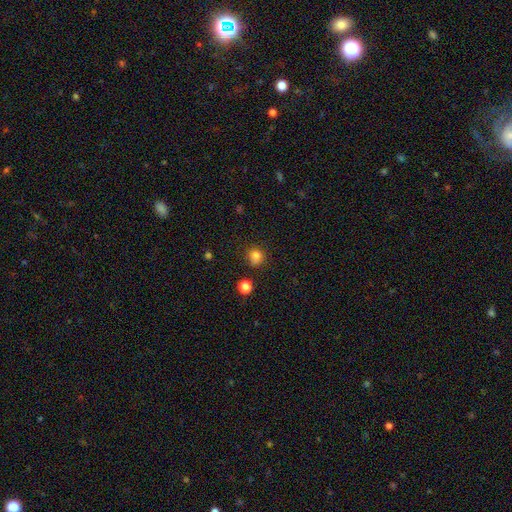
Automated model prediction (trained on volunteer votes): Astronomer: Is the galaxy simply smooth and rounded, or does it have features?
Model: smooth — 83%.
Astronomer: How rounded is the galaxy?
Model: round — 89%.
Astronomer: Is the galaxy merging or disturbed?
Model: none — 84%.